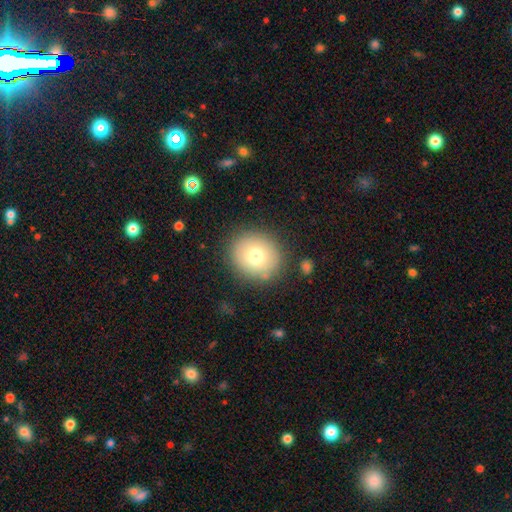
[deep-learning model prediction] Smooth or featured?
  - smooth: 74% *
  - featured or disk: 15%
  - star or artifact: 11%
How rounded?
  - round: 84% *
  - in between: 15%
  - cigar-shaped: 1%
Merging?
  - none: 86% *
  - minor disturbance: 9%
  - major disturbance: 3%
  - merger: 2%